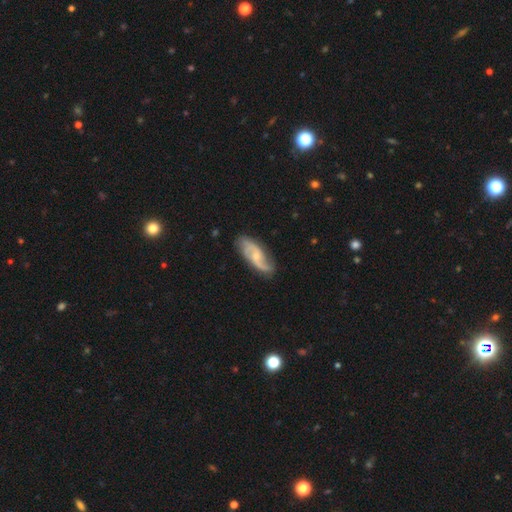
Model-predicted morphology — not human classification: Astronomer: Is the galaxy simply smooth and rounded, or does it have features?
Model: featured or disk — 79%.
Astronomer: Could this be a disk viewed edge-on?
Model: no — 93%.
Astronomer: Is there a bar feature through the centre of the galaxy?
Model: no — 50% (runner-up: weak, 42%).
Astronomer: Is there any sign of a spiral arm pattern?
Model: yes — 96%.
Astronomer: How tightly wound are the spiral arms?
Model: loose — 46% (runner-up: medium, 40%).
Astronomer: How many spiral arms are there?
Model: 2 — 85%.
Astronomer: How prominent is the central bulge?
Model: small — 57% (runner-up: moderate, 33%).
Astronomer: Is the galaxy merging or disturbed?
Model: none — 78%.